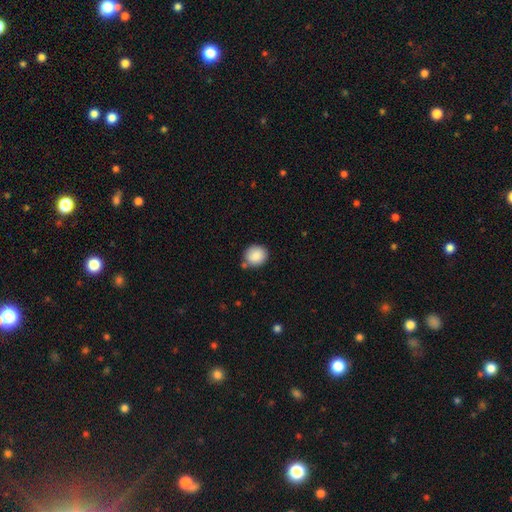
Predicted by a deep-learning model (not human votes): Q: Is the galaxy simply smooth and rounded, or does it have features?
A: smooth — 88%.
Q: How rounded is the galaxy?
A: round — 80%.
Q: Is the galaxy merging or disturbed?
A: none — 77%.